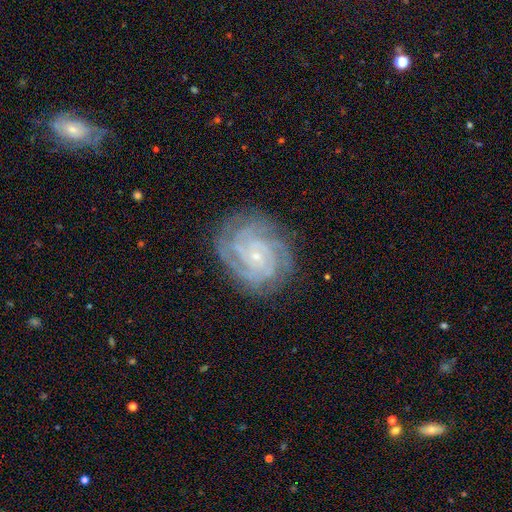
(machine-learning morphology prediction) Q: Smooth or featured?
A: featured or disk (88%); runner-up: star or artifact (7%)
Q: Edge-on disk?
A: no (98%); runner-up: yes (2%)
Q: Bar?
A: no (71%); runner-up: weak (22%)
Q: Spiral arms?
A: yes (98%); runner-up: no (2%)
Q: Spiral winding?
A: tight (78%); runner-up: medium (19%)
Q: Spiral arm count?
A: 4 (32%); runner-up: 3 (21%)
Q: Bulge size?
A: small (85%); runner-up: moderate (10%)
Q: Merging?
A: none (81%); runner-up: minor disturbance (14%)